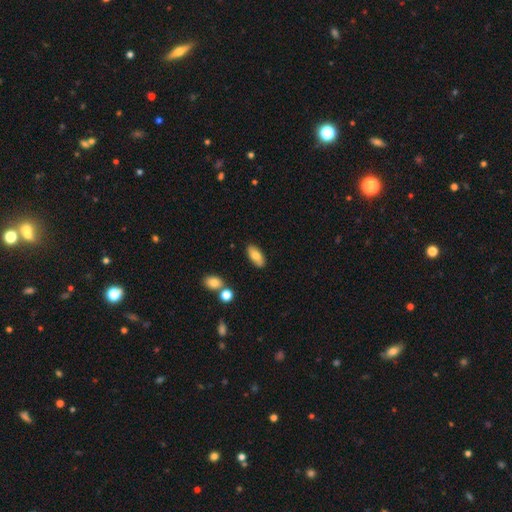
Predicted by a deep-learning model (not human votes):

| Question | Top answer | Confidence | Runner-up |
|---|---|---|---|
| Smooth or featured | smooth | 74% | featured or disk (18%) |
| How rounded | in between | 86% | cigar-shaped (11%) |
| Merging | none | 83% | minor disturbance (11%) |